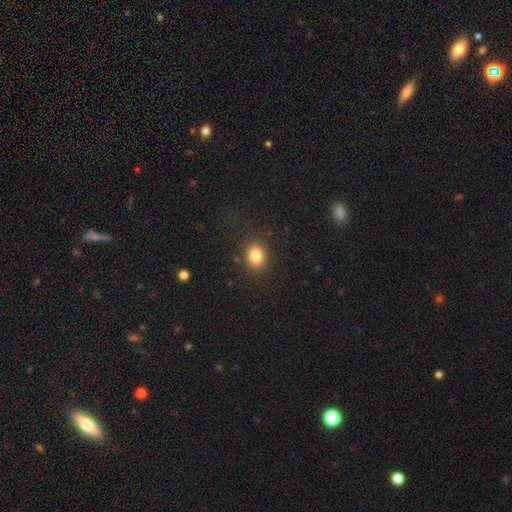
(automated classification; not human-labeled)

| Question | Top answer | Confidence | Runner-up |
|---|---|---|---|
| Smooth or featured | smooth | 83% | star or artifact (11%) |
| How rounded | round | 52% | in between (47%) |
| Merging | none | 85% | minor disturbance (10%) |